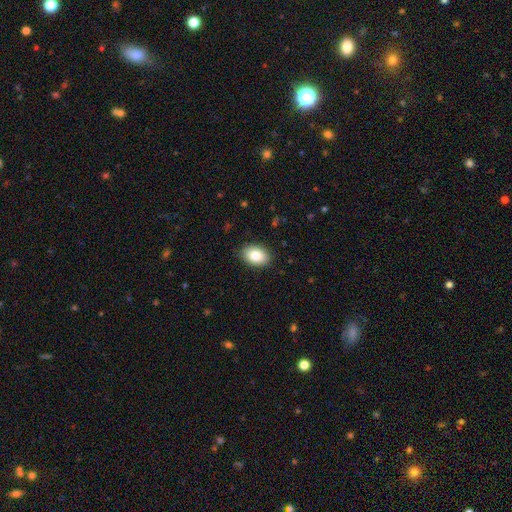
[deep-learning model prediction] The model was most divided on "how rounded": in between: 83%, round: 16%, cigar-shaped: 1%. More confident: merging — none (88%); smooth or featured — smooth (83%).